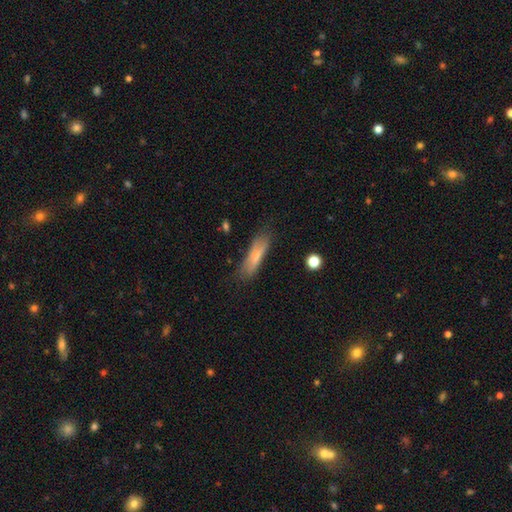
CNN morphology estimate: Smooth or featured? smooth (68%)
How rounded? cigar-shaped (64%)
Merging? none (72%)